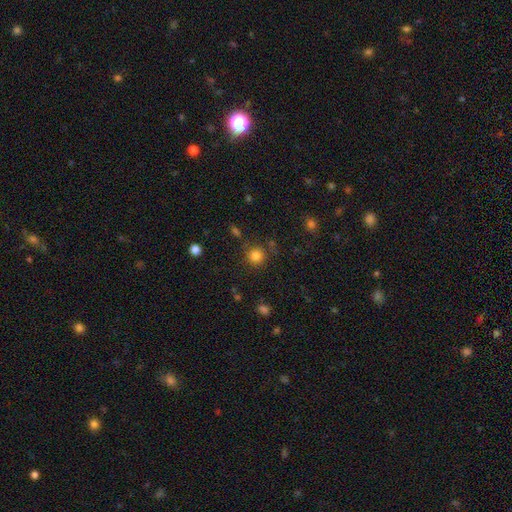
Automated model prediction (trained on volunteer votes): The model was most divided on "smooth or featured": smooth: 82%, star or artifact: 13%, featured or disk: 5%. More confident: how rounded — round (93%); merging — none (81%).